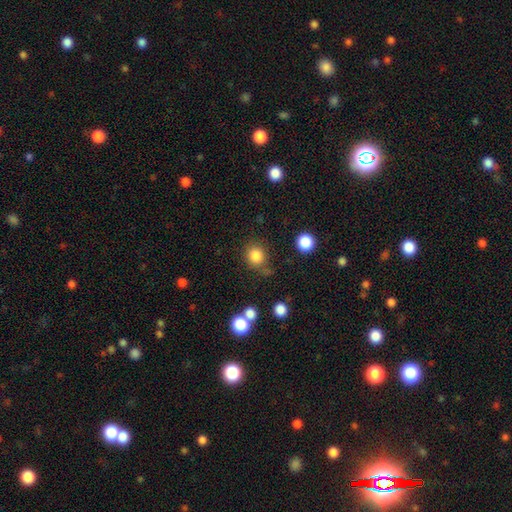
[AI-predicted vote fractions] Smooth or featured: smooth — 83% (star or artifact — 12%)
How rounded: round — 85% (in between — 14%)
Merging: none — 75% (minor disturbance — 13%)